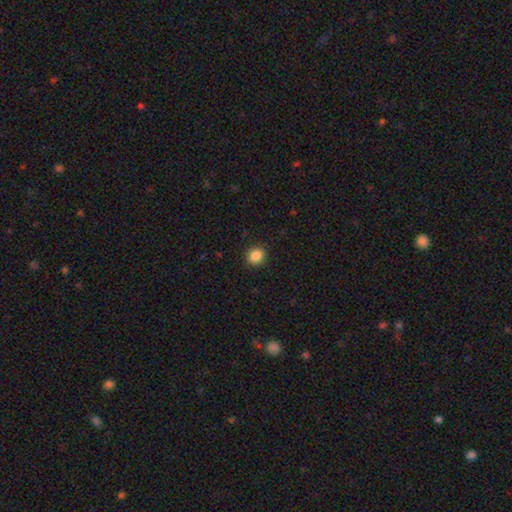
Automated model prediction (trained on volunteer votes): Smooth or featured?
  - smooth: 87% *
  - star or artifact: 10%
  - featured or disk: 4%
How rounded?
  - round: 78% *
  - in between: 21%
  - cigar-shaped: 1%
Merging?
  - none: 90% *
  - minor disturbance: 7%
  - major disturbance: 2%
  - merger: 1%